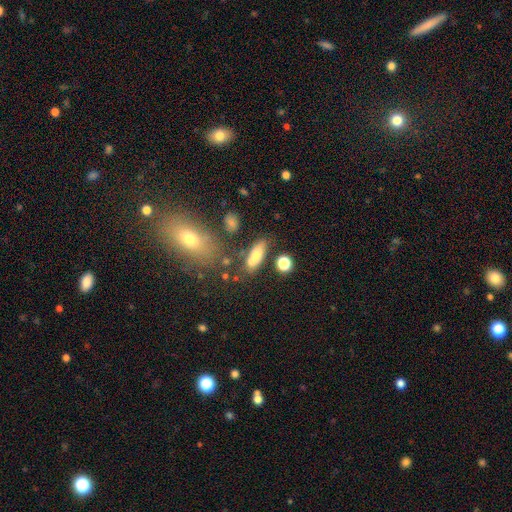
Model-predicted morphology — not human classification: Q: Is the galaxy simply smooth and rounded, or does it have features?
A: smooth — 68%.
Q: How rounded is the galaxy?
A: in between — 67%.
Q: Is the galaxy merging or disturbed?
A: none — 51%.